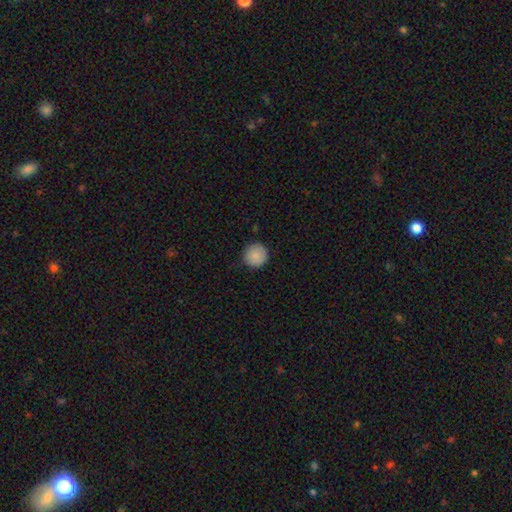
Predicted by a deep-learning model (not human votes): A smooth galaxy with no disk features (88%) that is round (95%). Merging: none (88%).